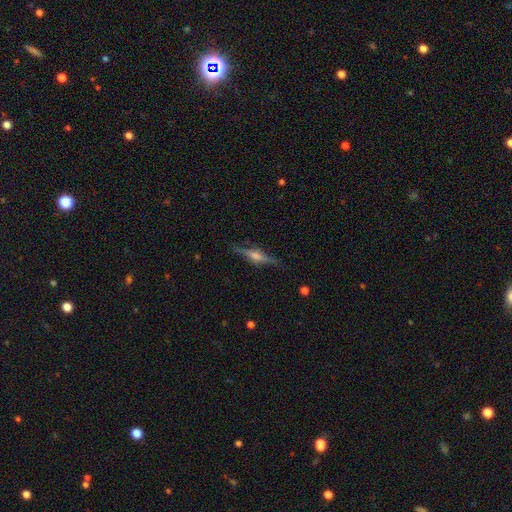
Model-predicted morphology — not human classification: Smooth or featured?
  - featured or disk: 79% *
  - smooth: 14%
  - star or artifact: 7%
Edge-on disk?
  - yes: 98% *
  - no: 2%
Edge-on bulge?
  - rounded: 81% *
  - boxy: 15%
  - none: 5%
Merging?
  - none: 87% *
  - minor disturbance: 9%
  - major disturbance: 2%
  - merger: 1%